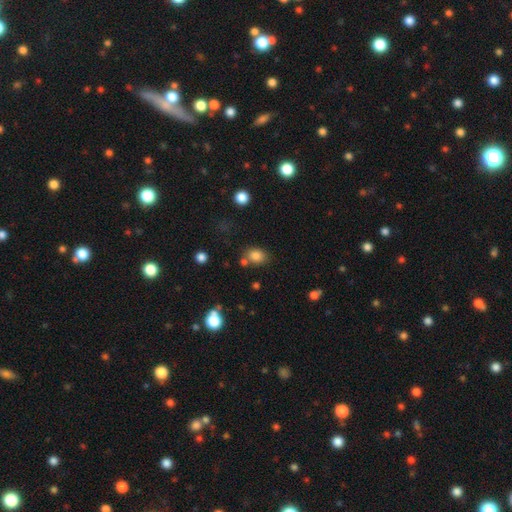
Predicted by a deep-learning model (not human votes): The model was most divided on "how rounded": in between: 59%, round: 40%, cigar-shaped: 1%. More confident: smooth or featured — smooth (82%); merging — none (66%).